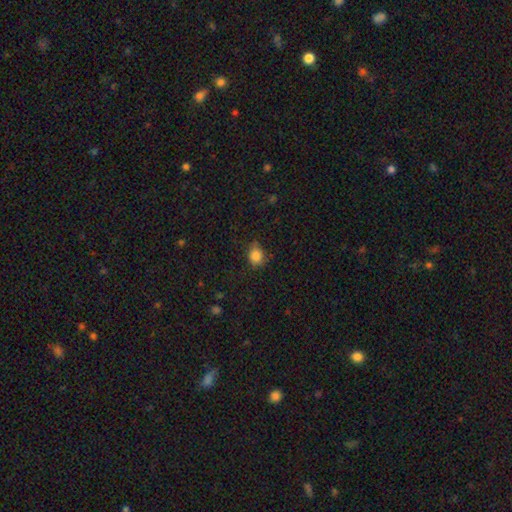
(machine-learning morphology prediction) Q: Smooth or featured?
A: smooth (83%); runner-up: star or artifact (11%)
Q: How rounded?
A: round (59%); runner-up: in between (40%)
Q: Merging?
A: none (64%); runner-up: minor disturbance (28%)